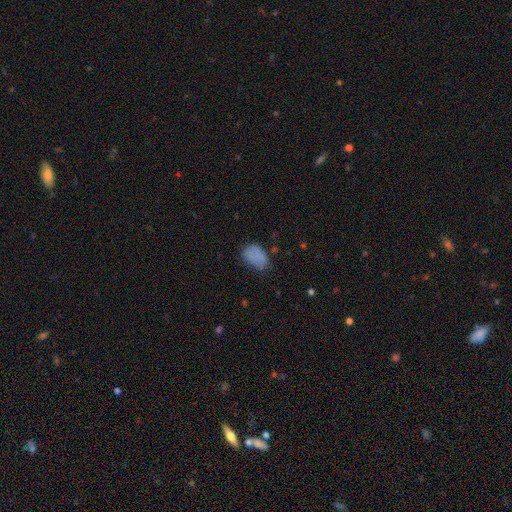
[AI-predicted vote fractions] This appears to be a smooth galaxy with no disk features (80%) that is in between round and cigar-shaped (87%). Merging: none (55%).